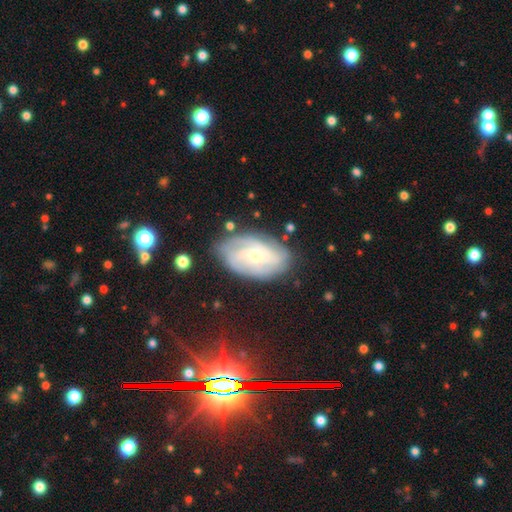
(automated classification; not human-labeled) Q: Smooth or featured?
A: featured or disk (78%); runner-up: smooth (15%)
Q: Edge-on disk?
A: no (95%); runner-up: yes (5%)
Q: Bar?
A: no (64%); runner-up: weak (29%)
Q: Spiral arms?
A: yes (93%); runner-up: no (7%)
Q: Spiral winding?
A: tight (61%); runner-up: medium (30%)
Q: Spiral arm count?
A: can't tell (34%); runner-up: 3 (23%)
Q: Bulge size?
A: small (60%); runner-up: moderate (36%)
Q: Merging?
A: none (75%); runner-up: minor disturbance (18%)